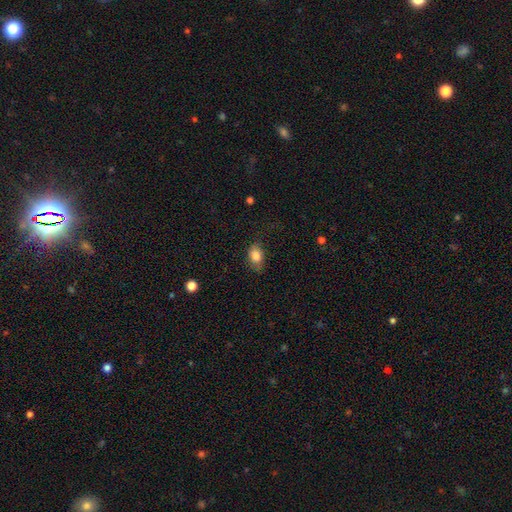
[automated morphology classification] The model was most divided on "merging": none: 68%, minor disturbance: 23%, major disturbance: 7%, merger: 1%. More confident: smooth or featured — smooth (84%); how rounded — in between (75%).